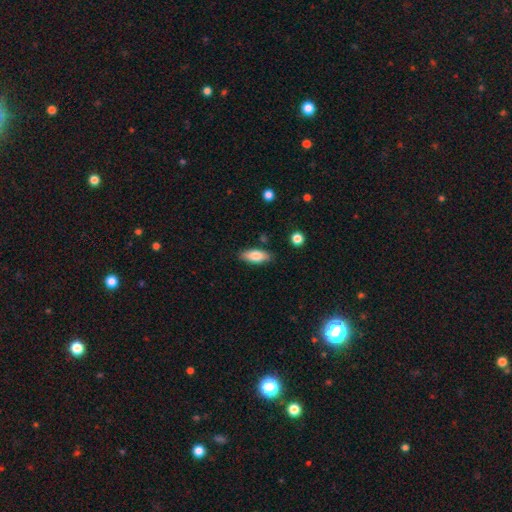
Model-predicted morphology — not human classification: Overall: smooth (80%). How rounded: in between (79%). Merging: none (84%).